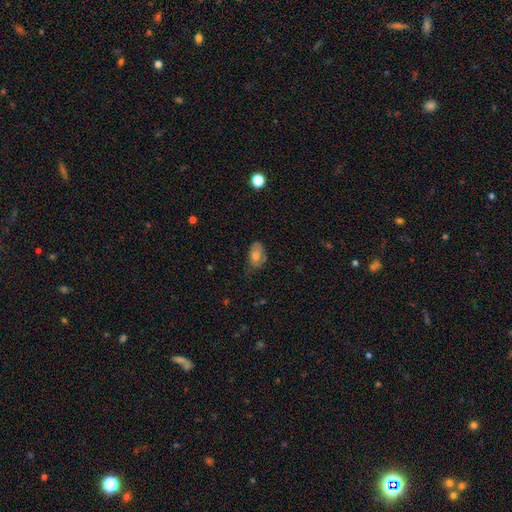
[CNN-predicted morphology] smooth-or-featured: smooth: 65% | featured or disk: 24% | star or artifact: 11%
  how-rounded: in between: 87% | round: 11% | cigar-shaped: 2%
  merging: none: 52% | minor disturbance: 34% | major disturbance: 12% | merger: 2%